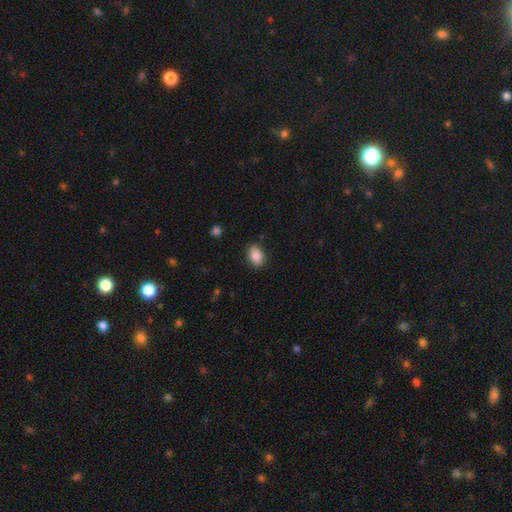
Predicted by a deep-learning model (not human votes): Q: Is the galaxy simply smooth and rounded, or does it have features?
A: smooth — 87%.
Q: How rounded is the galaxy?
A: in between — 88%.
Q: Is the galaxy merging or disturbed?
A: none — 87%.